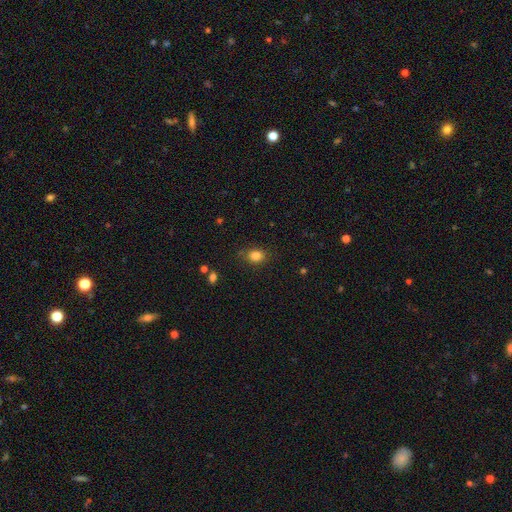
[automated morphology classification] This is clearly a smooth galaxy (83%). How rounded: possibly in between (51%). Merging: clearly none (81%).